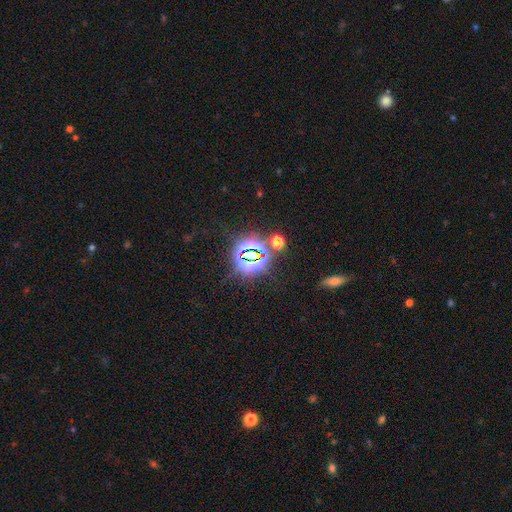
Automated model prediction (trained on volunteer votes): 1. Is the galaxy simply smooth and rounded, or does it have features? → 77% star or artifact, 15% smooth, 7% featured or disk.